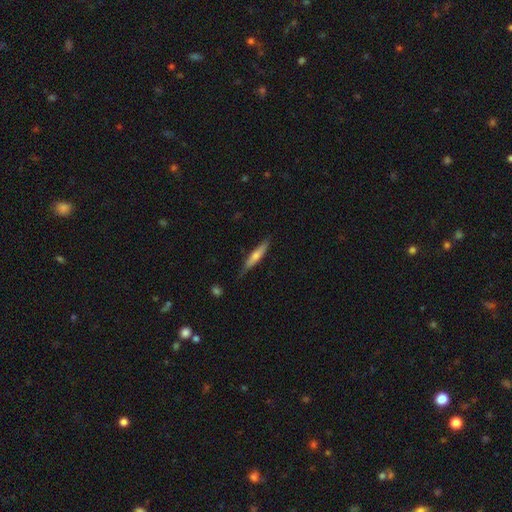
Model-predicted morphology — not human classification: A smooth galaxy with no disk features (50%) that is cigar-shaped (90%).

Vote fractions:
- Smooth or featured? smooth: 50% / featured or disk: 44% / star or artifact: 6%
- How rounded? cigar-shaped: 90% / in between: 9% / round: 2%
- Merging? none: 82% / minor disturbance: 15% / major disturbance: 2% / merger: 2%